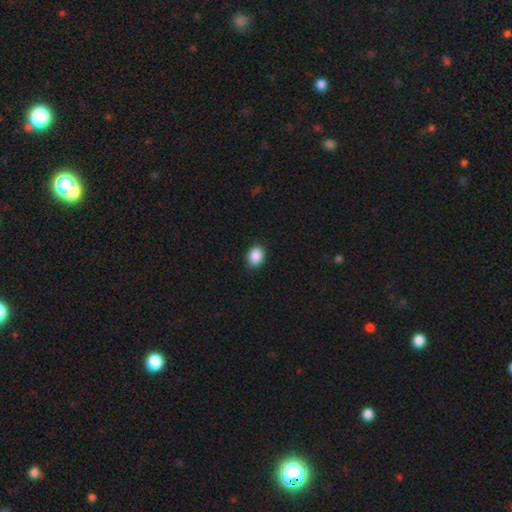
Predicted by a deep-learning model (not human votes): Smooth or featured? smooth (89%)
How rounded? in between (61%)
Merging? none (89%)